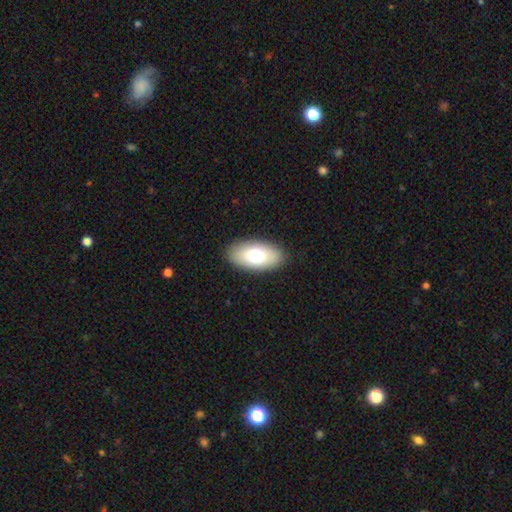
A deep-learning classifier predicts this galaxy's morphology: type=smooth (72%); roundness=in between (92%); merging=none (88%).